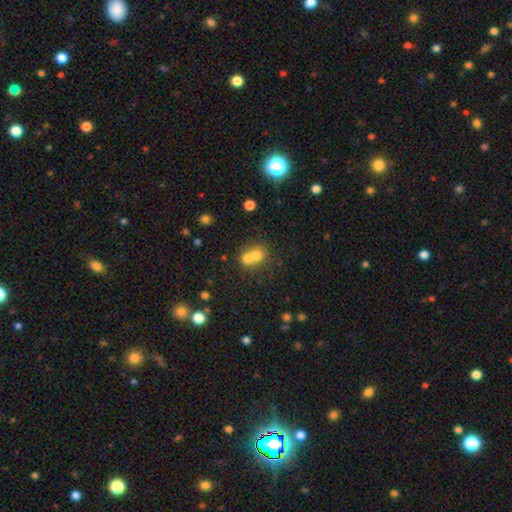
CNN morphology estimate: smooth-or-featured: smooth: 70% | featured or disk: 18% | star or artifact: 13%
  how-rounded: round: 73% | in between: 26% | cigar-shaped: 1%
  merging: merger: 67% | none: 25% | minor disturbance: 5% | major disturbance: 3%